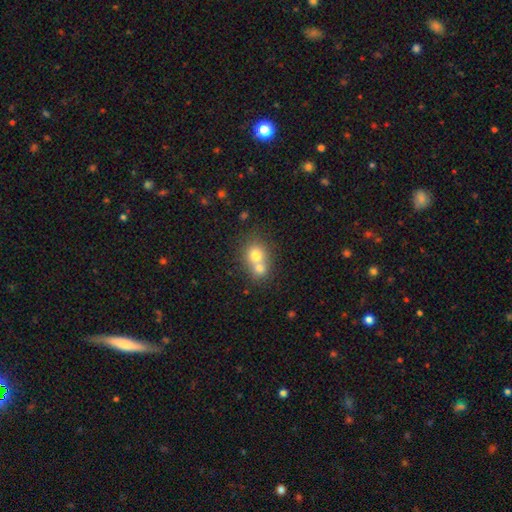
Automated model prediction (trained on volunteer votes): Smooth or featured?
  - smooth: 71% *
  - featured or disk: 18%
  - star or artifact: 11%
How rounded?
  - round: 72% *
  - in between: 27%
  - cigar-shaped: 1%
Merging?
  - merger: 65% *
  - none: 27%
  - minor disturbance: 5%
  - major disturbance: 2%